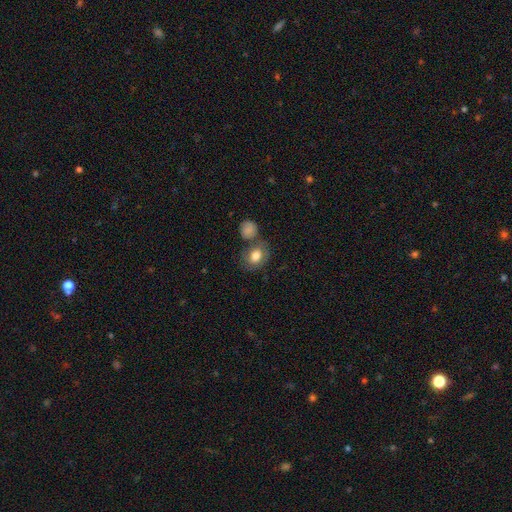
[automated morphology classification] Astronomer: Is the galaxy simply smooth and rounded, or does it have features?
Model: smooth — 78%.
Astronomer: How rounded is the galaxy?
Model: in between — 62%.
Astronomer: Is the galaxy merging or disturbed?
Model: none — 61%.